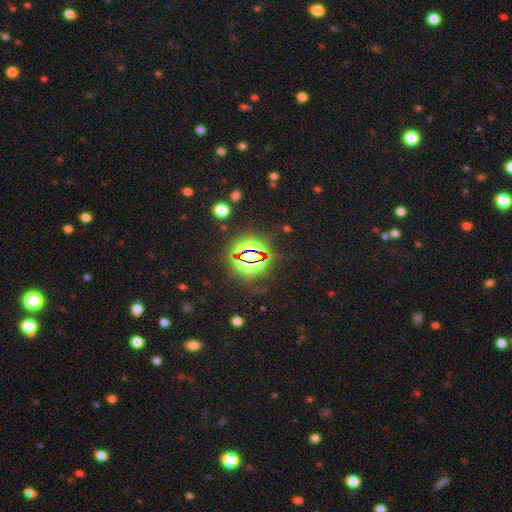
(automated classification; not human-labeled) smooth-or-featured: star or artifact: 83% | smooth: 10% | featured or disk: 7%